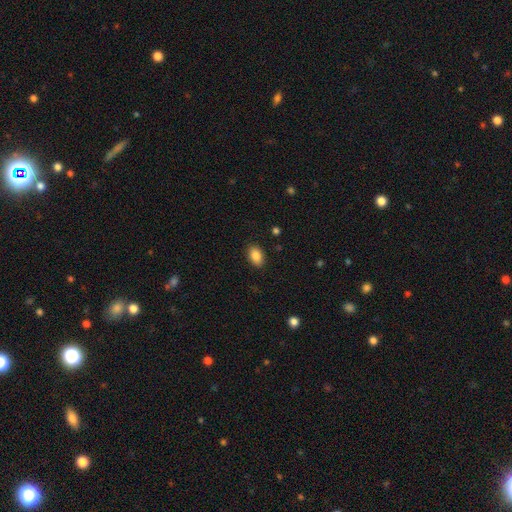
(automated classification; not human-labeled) Smooth or featured?
  - smooth: 87% *
  - star or artifact: 8%
  - featured or disk: 5%
How rounded?
  - in between: 87% *
  - round: 11%
  - cigar-shaped: 1%
Merging?
  - none: 88% *
  - minor disturbance: 8%
  - major disturbance: 2%
  - merger: 1%